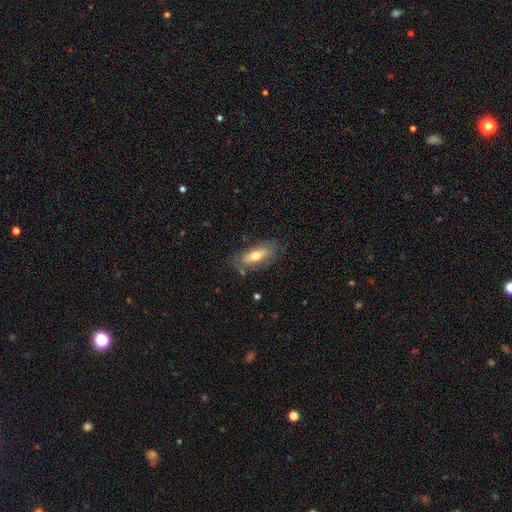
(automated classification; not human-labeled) A smooth galaxy with no disk features (60%) that is in between round and cigar-shaped (72%). Merging: none (75%).